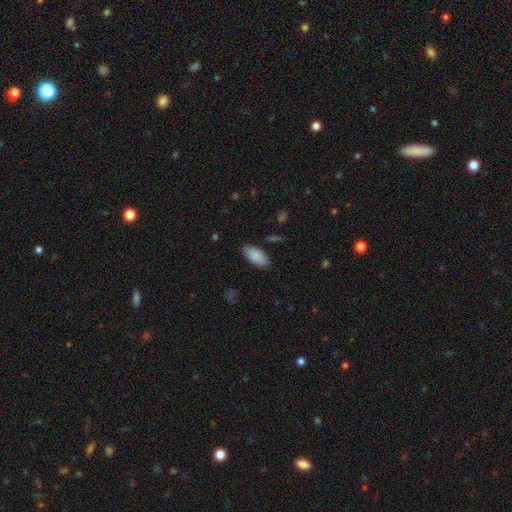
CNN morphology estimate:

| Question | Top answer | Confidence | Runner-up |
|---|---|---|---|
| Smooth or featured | smooth | 88% | star or artifact (6%) |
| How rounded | in between | 92% | cigar-shaped (6%) |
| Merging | none | 86% | minor disturbance (10%) |